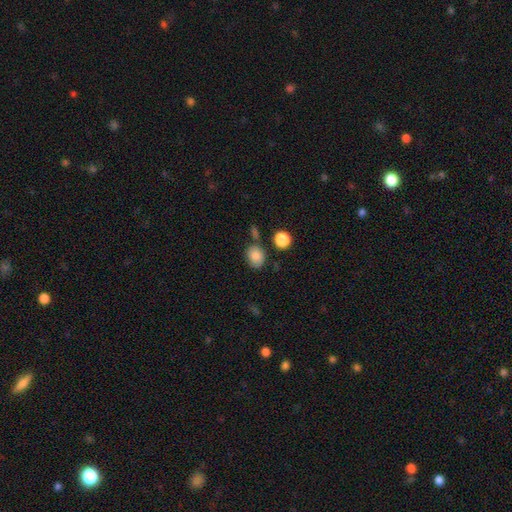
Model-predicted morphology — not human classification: Overall: smooth (83%). How rounded: round (53%; in between 46%). Merging: none (70%).